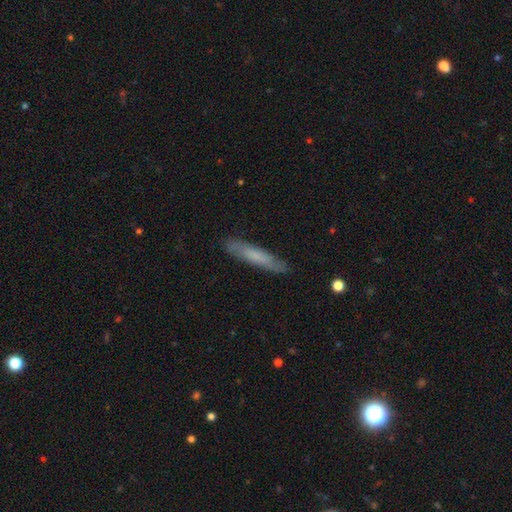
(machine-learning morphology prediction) A smooth galaxy with no disk features (63%) that is cigar-shaped (91%).

Vote fractions:
- Smooth or featured? smooth: 63% / featured or disk: 31% / star or artifact: 6%
- How rounded? cigar-shaped: 91% / in between: 8% / round: 1%
- Merging? none: 86% / minor disturbance: 11% / major disturbance: 2% / merger: 1%